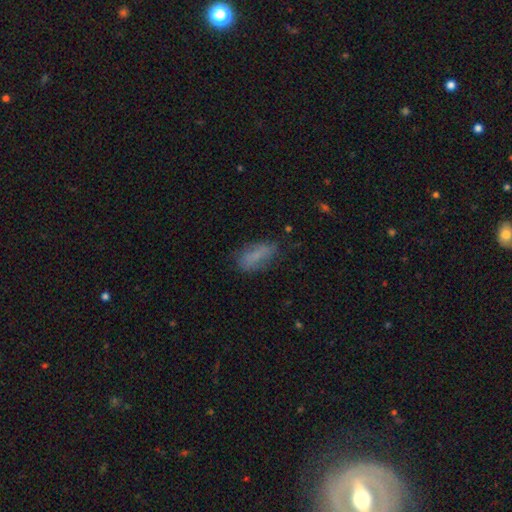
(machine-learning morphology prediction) type=smooth (74%); roundness=in between (77%); merging=none (62%).